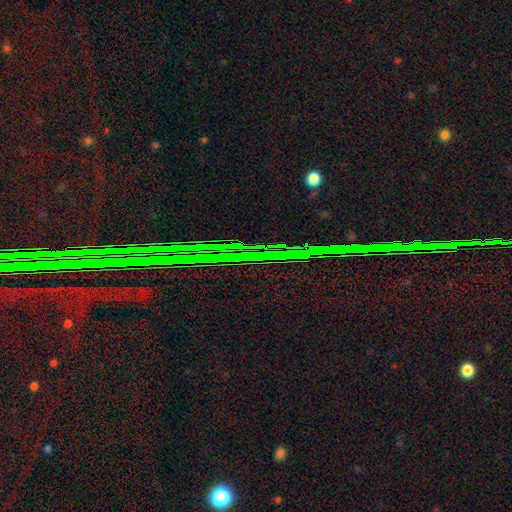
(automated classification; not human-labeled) This is clearly a star or artifact rather than a galaxy (84%).